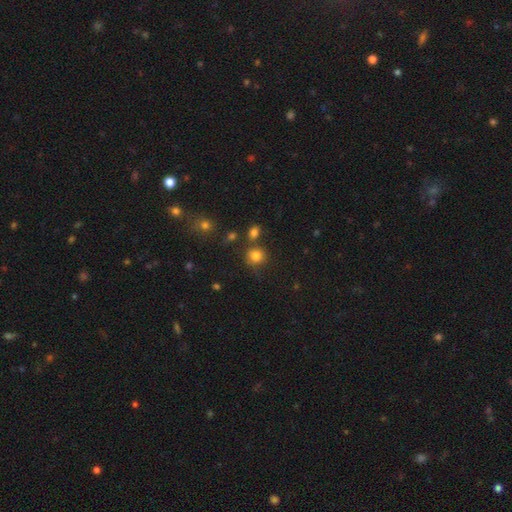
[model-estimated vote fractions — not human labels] Overall: smooth (81%). How rounded: round (86%). Merging: none (72%).